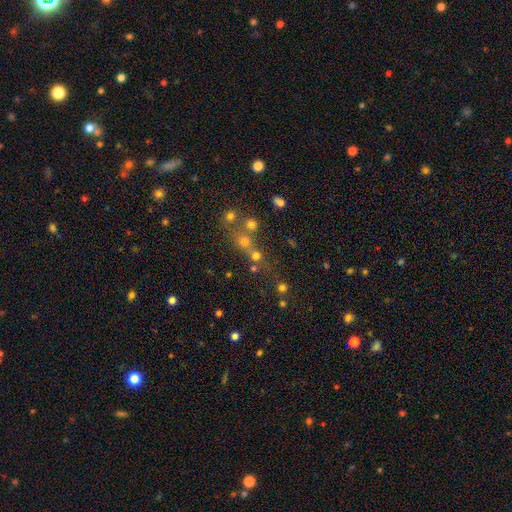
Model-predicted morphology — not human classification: smooth_or_featured: smooth (p=0.57) [alt: star or artifact p=0.29]
how_rounded: round (p=0.86) [alt: in between p=0.12]
merging: none (p=0.52) [alt: merger p=0.35]